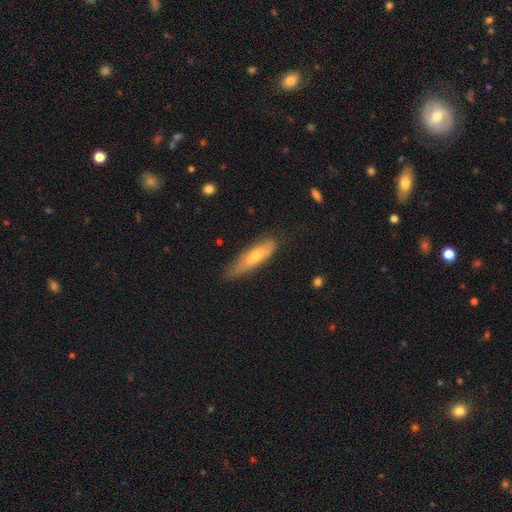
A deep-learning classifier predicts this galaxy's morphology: smooth 59%, featured or disk 34%, star or artifact 6%. Down the decision tree: how rounded — cigar-shaped (67%); merging — none (66%).